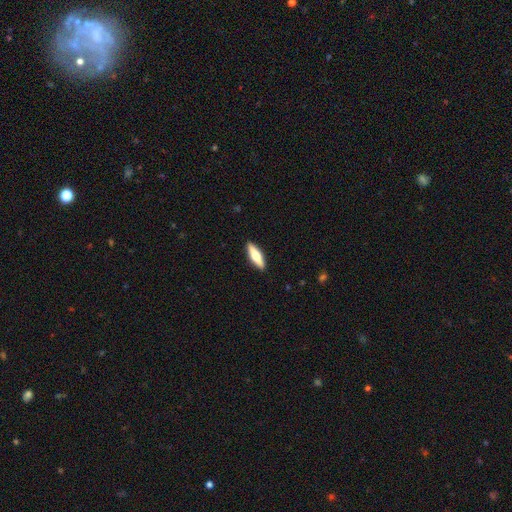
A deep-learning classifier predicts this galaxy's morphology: Smooth or featured: smooth — 57% (featured or disk — 38%)
How rounded: cigar-shaped — 60% (in between — 38%)
Merging: none — 90% (minor disturbance — 7%)